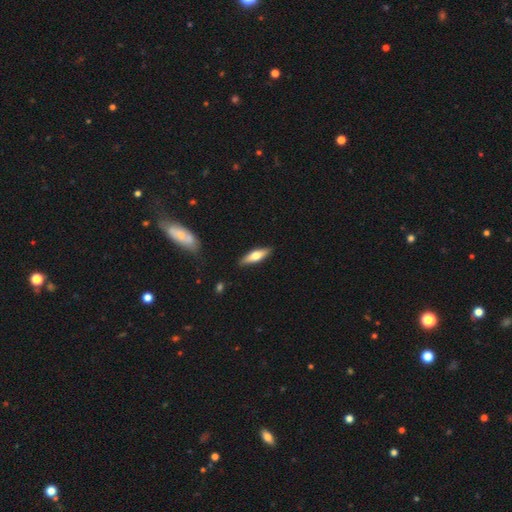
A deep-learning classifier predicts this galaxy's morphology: Q: Smooth or featured?
A: smooth (56%); runner-up: featured or disk (39%)
Q: How rounded?
A: cigar-shaped (60%); runner-up: in between (38%)
Q: Merging?
A: none (87%); runner-up: minor disturbance (9%)